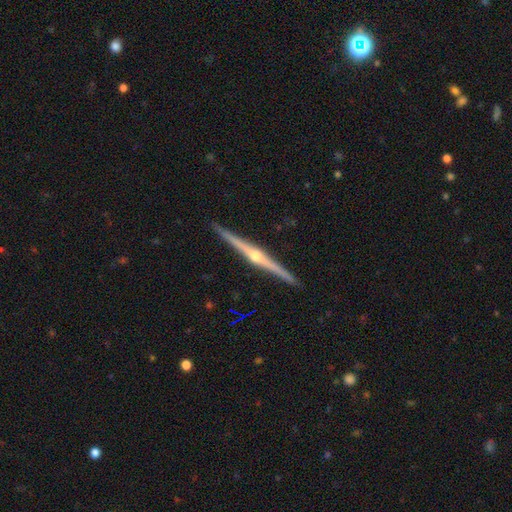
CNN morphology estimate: featured or disk 88%, smooth 7%, star or artifact 5%. Down the decision tree: edge-on disk — yes (99%); edge-on bulge — rounded (92%); merging — none (93%).